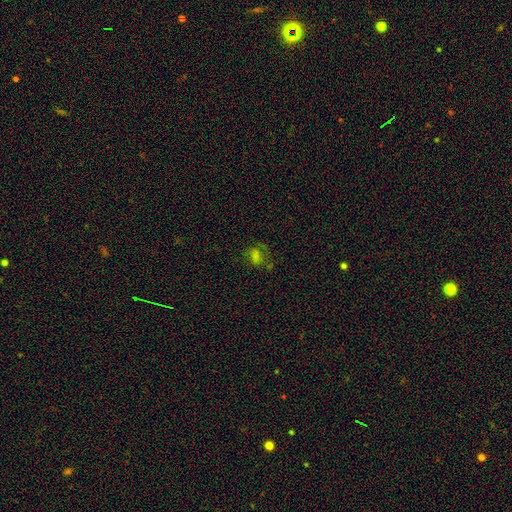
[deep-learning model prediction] smooth 42%, star or artifact 35%, featured or disk 23%. Down the decision tree: merging — none (53%).